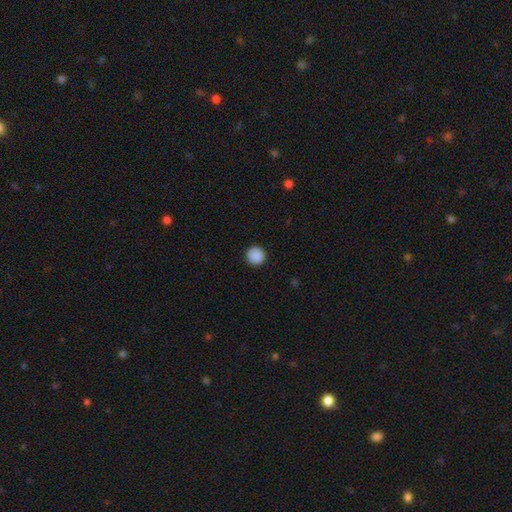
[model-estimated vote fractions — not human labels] A smooth galaxy with no disk features (89%) that is round (95%).

Vote fractions:
- Smooth or featured? smooth: 89% / star or artifact: 8% / featured or disk: 2%
- How rounded? round: 95% / in between: 4% / cigar-shaped: 1%
- Merging? none: 92% / minor disturbance: 5% / major disturbance: 2% / merger: 1%